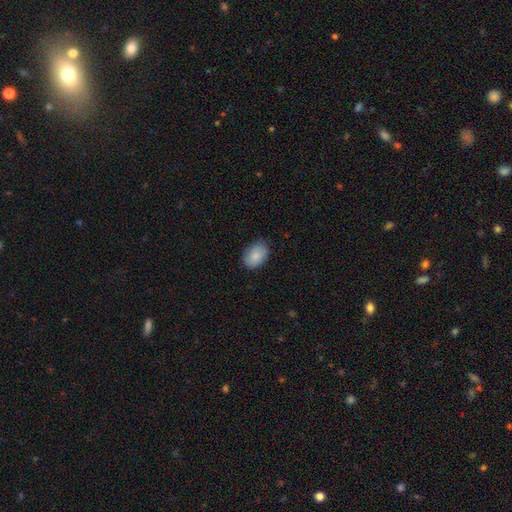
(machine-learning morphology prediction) Smooth or featured?
  - smooth: 86% *
  - featured or disk: 7%
  - star or artifact: 7%
How rounded?
  - in between: 82% *
  - round: 17%
  - cigar-shaped: 1%
Merging?
  - none: 81% *
  - minor disturbance: 16%
  - major disturbance: 3%
  - merger: 1%